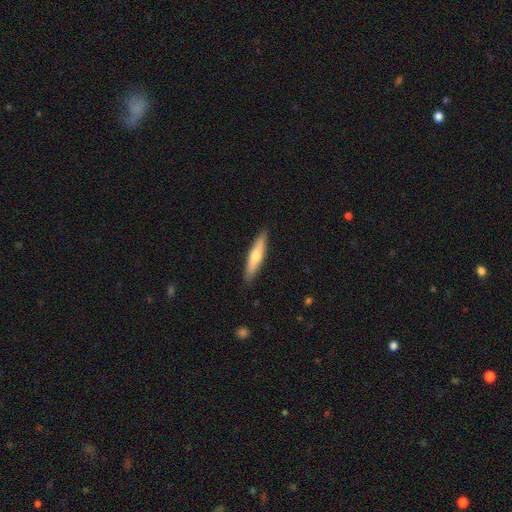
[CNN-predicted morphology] Q: Smooth or featured?
A: smooth (55%); runner-up: featured or disk (40%)
Q: How rounded?
A: cigar-shaped (83%); runner-up: in between (16%)
Q: Merging?
A: none (89%); runner-up: minor disturbance (9%)